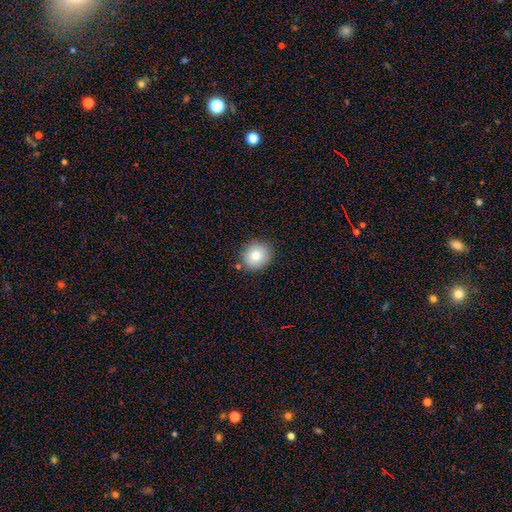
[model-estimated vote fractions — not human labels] This appears to be a smooth galaxy with no disk features (80%) that is round (78%). Merging: none (85%).